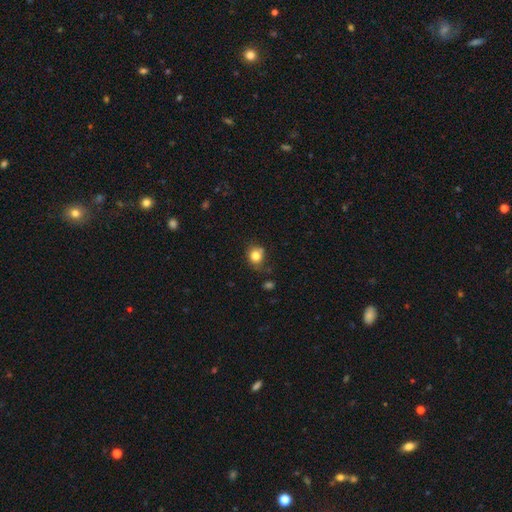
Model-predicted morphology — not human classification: A smooth galaxy with no disk features (81%) that is round (71%).

Vote fractions:
- Smooth or featured? smooth: 81% / star or artifact: 11% / featured or disk: 8%
- How rounded? round: 71% / in between: 28% / cigar-shaped: 1%
- Merging? none: 67% / minor disturbance: 21% / merger: 6% / major disturbance: 5%